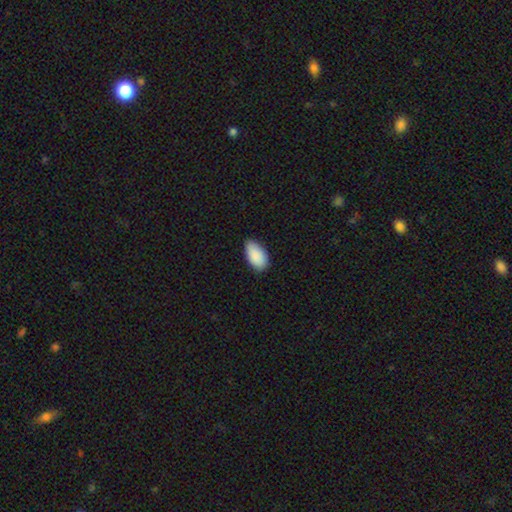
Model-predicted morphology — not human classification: smooth-or-featured: smooth: 90% | star or artifact: 6% | featured or disk: 4%
  how-rounded: in between: 95% | round: 3% | cigar-shaped: 2%
  merging: none: 77% | minor disturbance: 20% | major disturbance: 2% | merger: 1%